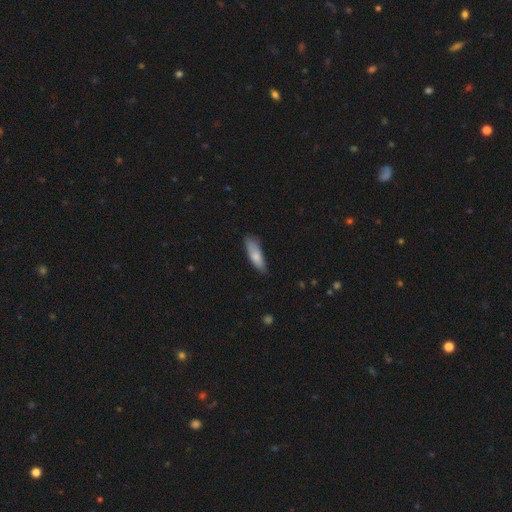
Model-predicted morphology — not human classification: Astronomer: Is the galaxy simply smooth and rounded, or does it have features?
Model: smooth — 77%.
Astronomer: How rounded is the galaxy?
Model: cigar-shaped — 49%, tied with in between at 49%.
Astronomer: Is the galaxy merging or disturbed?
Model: none — 74%.